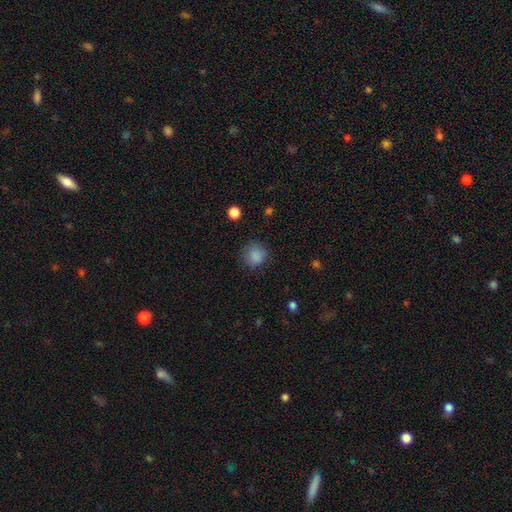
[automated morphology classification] A smooth galaxy with no disk features (85%) that is round (87%). Merging: none (80%).